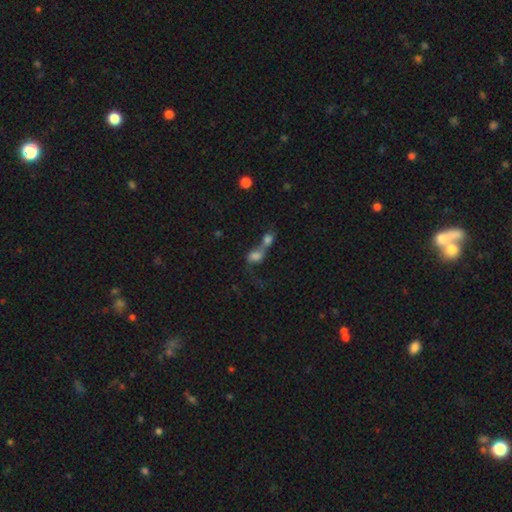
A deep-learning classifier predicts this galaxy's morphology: A smooth galaxy with no disk features (65%) that is in between round and cigar-shaped (65%).

Vote fractions:
- Smooth or featured? smooth: 65% / featured or disk: 22% / star or artifact: 13%
- How rounded? in between: 65% / round: 30% / cigar-shaped: 5%
- Merging? merger: 82% / none: 8% / major disturbance: 6% / minor disturbance: 4%